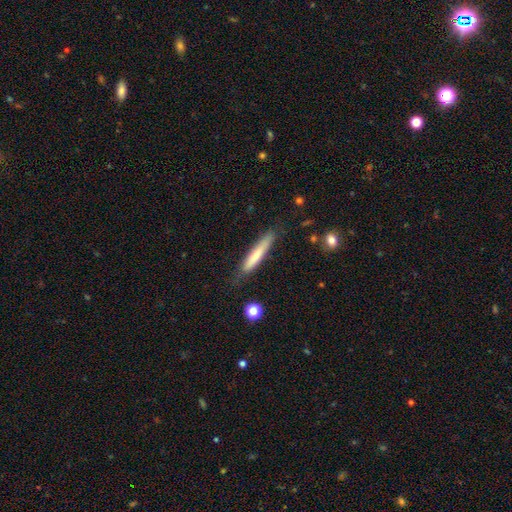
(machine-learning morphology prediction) Q: Smooth or featured?
A: smooth (69%); runner-up: featured or disk (24%)
Q: How rounded?
A: cigar-shaped (92%); runner-up: in between (7%)
Q: Merging?
A: none (78%); runner-up: minor disturbance (17%)